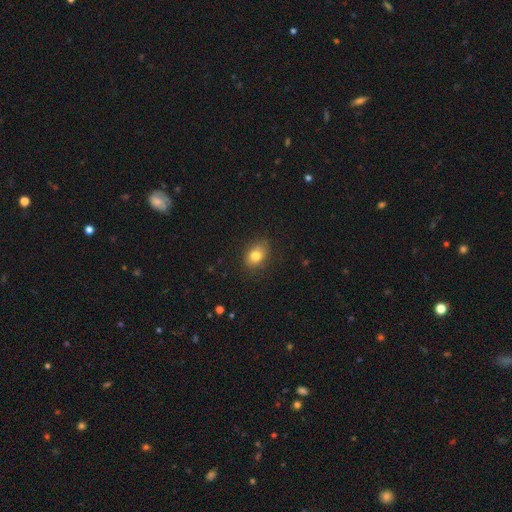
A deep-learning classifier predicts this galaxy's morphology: smooth 80%, featured or disk 10%, star or artifact 10%. Down the decision tree: how rounded — in between (69%); merging — none (78%).